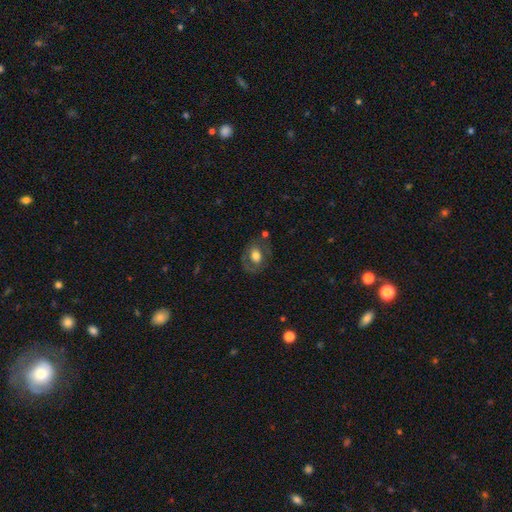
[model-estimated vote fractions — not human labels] The model was most divided on "smooth or featured": smooth: 53%, featured or disk: 39%, star or artifact: 8%. More confident: merging — none (66%); how rounded — in between (64%).